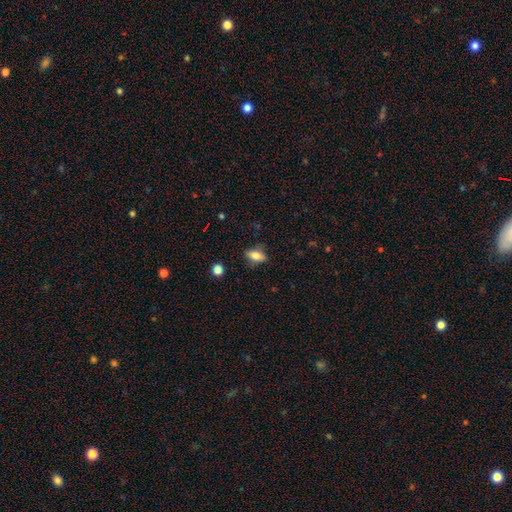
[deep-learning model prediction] The model was most divided on "smooth or featured": smooth: 72%, featured or disk: 19%, star or artifact: 9%. More confident: merging — none (79%); how rounded — in between (79%).